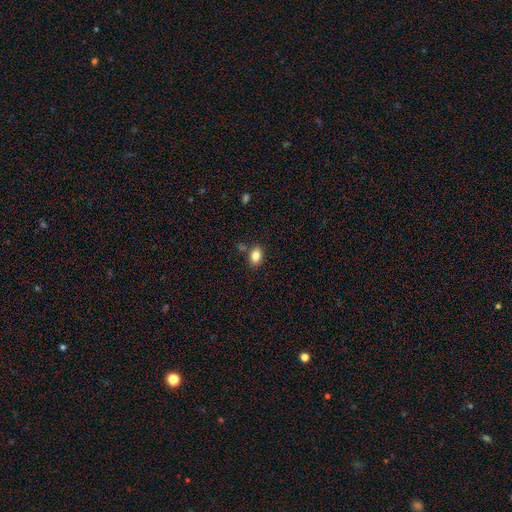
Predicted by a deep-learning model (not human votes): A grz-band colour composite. It shows a smooth galaxy with no disk features (84%) that is in between round and cigar-shaped (78%). Merging: none (78%).